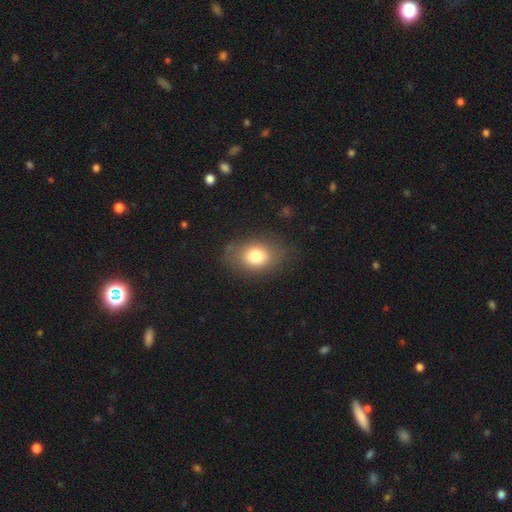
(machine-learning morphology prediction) Smooth or featured: smooth — 77% (featured or disk — 13%)
How rounded: in between — 69% (round — 29%)
Merging: none — 76% (minor disturbance — 17%)